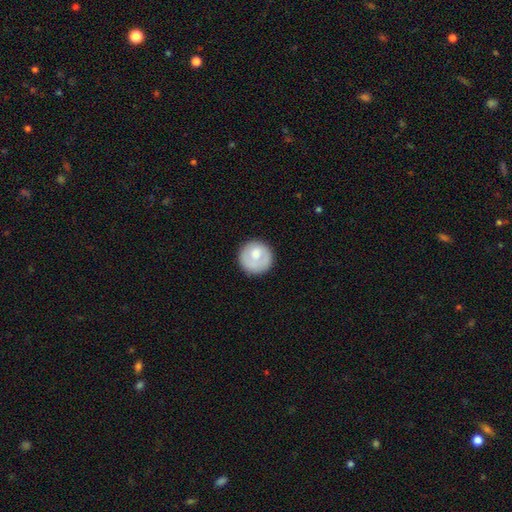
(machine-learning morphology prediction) Q: Smooth or featured?
A: smooth (67%); runner-up: featured or disk (27%)
Q: How rounded?
A: round (93%); runner-up: in between (6%)
Q: Merging?
A: none (80%); runner-up: minor disturbance (13%)